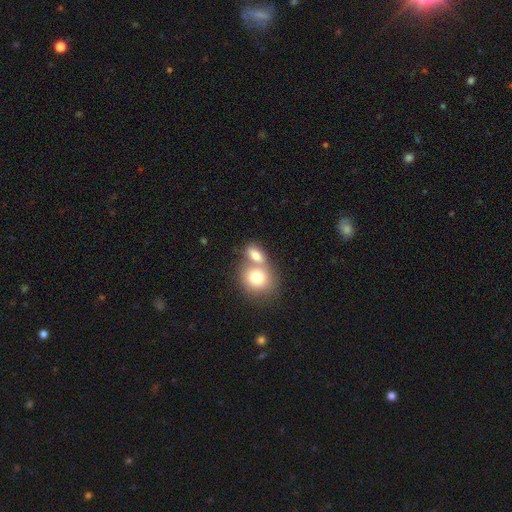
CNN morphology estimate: Smooth or featured? smooth (78%)
How rounded? in between (62%)
Merging? merger (59%)